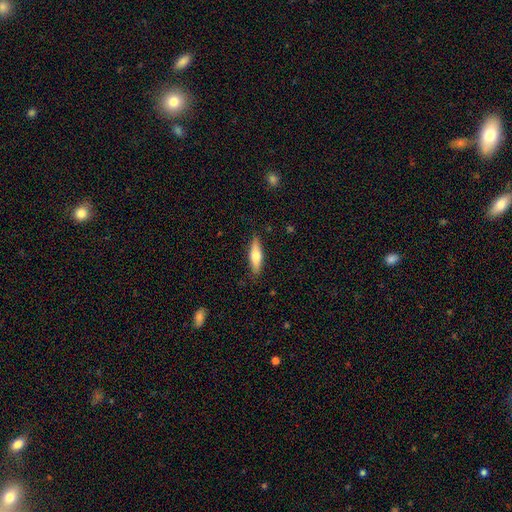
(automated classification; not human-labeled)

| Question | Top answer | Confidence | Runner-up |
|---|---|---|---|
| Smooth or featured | smooth | 58% | featured or disk (36%) |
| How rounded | cigar-shaped | 63% | in between (35%) |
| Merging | none | 86% | minor disturbance (10%) |